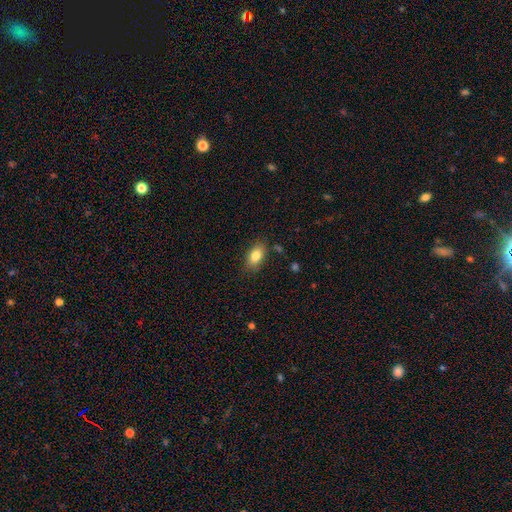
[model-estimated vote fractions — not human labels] Smooth or featured?
  - smooth: 83% *
  - featured or disk: 9%
  - star or artifact: 8%
How rounded?
  - in between: 88% *
  - round: 8%
  - cigar-shaped: 3%
Merging?
  - none: 82% *
  - minor disturbance: 13%
  - major disturbance: 3%
  - merger: 2%